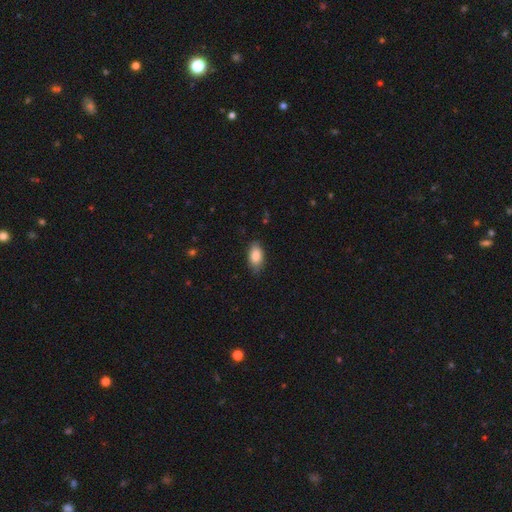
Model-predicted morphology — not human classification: smooth-or-featured: smooth: 87% | star or artifact: 7% | featured or disk: 6%
  how-rounded: in between: 92% | cigar-shaped: 4% | round: 4%
  merging: none: 80% | minor disturbance: 16% | major disturbance: 3% | merger: 1%